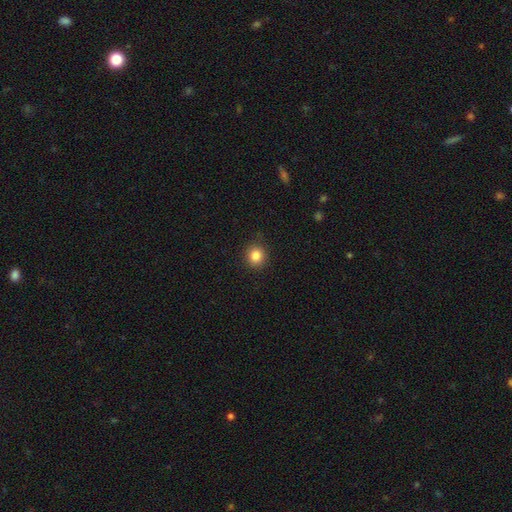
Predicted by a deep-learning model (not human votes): Q: Smooth or featured?
A: smooth (85%); runner-up: star or artifact (11%)
Q: How rounded?
A: round (87%); runner-up: in between (12%)
Q: Merging?
A: none (89%); runner-up: minor disturbance (8%)